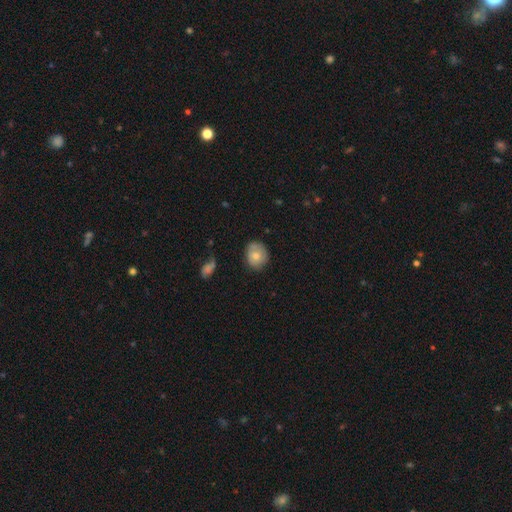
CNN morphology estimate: smooth_or_featured: smooth (p=0.66) [alt: featured or disk p=0.27]
how_rounded: round (p=0.65) [alt: in between p=0.34]
merging: none (p=0.71) [alt: minor disturbance p=0.23]